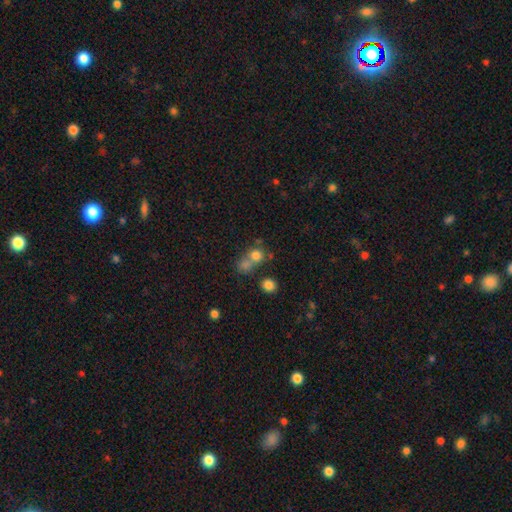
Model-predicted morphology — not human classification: Smooth or featured? smooth (75%)
How rounded? round (81%)
Merging? merger (46%)